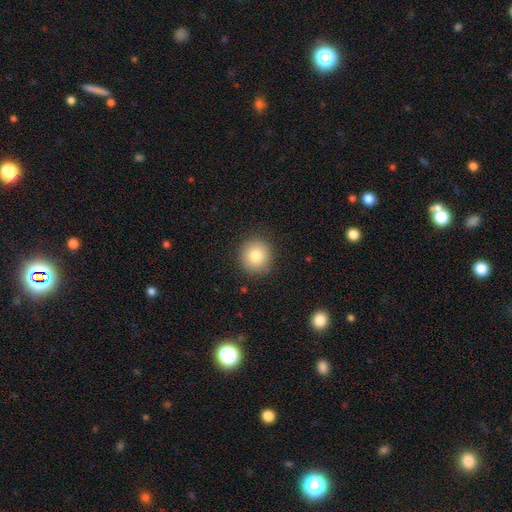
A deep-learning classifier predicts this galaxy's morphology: smooth_or_featured: smooth (p=0.82) [alt: star or artifact p=0.09]
how_rounded: round (p=0.91) [alt: in between p=0.08]
merging: none (p=0.88) [alt: minor disturbance p=0.09]